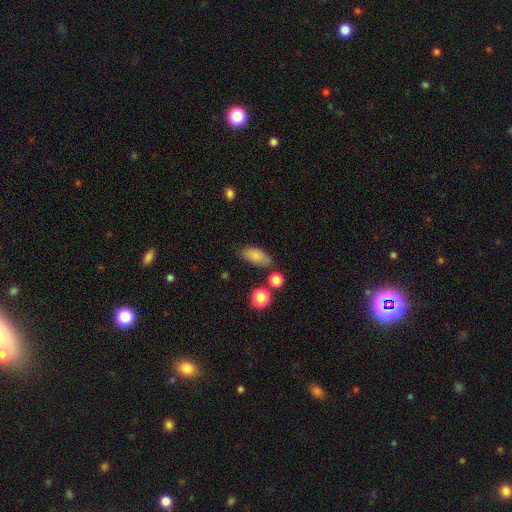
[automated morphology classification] Smooth or featured?
  - smooth: 84% *
  - star or artifact: 9%
  - featured or disk: 7%
How rounded?
  - in between: 87% *
  - cigar-shaped: 8%
  - round: 5%
Merging?
  - none: 74% *
  - minor disturbance: 15%
  - merger: 6%
  - major disturbance: 4%